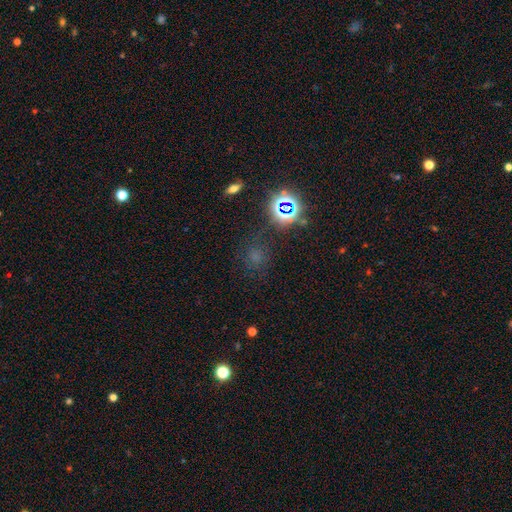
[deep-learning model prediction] This is possibly a star or artifact rather than a galaxy (47%).